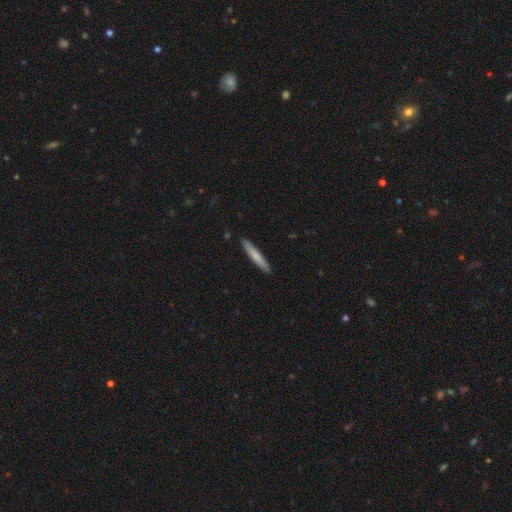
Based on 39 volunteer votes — Smooth or featured?
  - smooth: 62% *
  - featured or disk: 28%
  - star or artifact: 10%
How rounded?
  - cigar-shaped: 92% *
  - in between: 8%
  - round: 0%
Merging?
  - none: 91% *
  - minor disturbance: 6%
  - merger: 3%
  - major disturbance: 0%